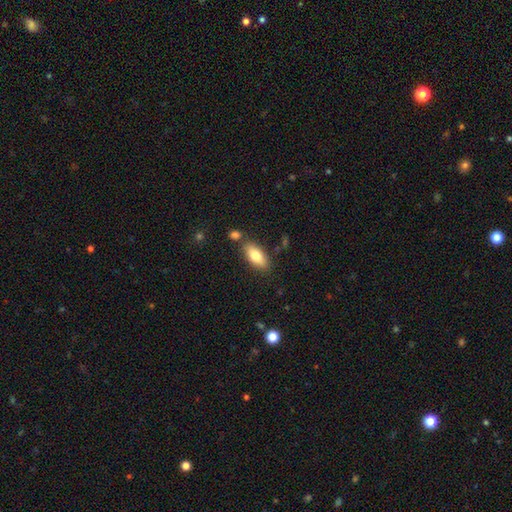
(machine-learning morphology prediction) smooth-or-featured: smooth: 79% | featured or disk: 15% | star or artifact: 7%
  how-rounded: in between: 86% | cigar-shaped: 12% | round: 3%
  merging: none: 77% | minor disturbance: 12% | merger: 8% | major disturbance: 3%